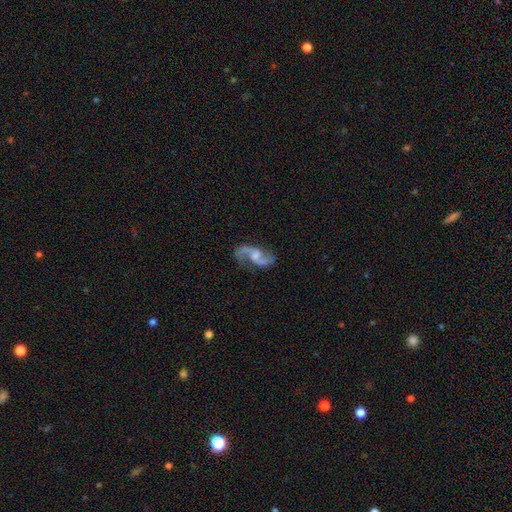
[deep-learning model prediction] Morphology: type=featured or disk (88%); edge-on=no (97%); bar=weak (50%); spiral arms=yes (96%); winding=loose (70%); arm count=2 (93%); bulge=moderate (33%); merging=none (74%).